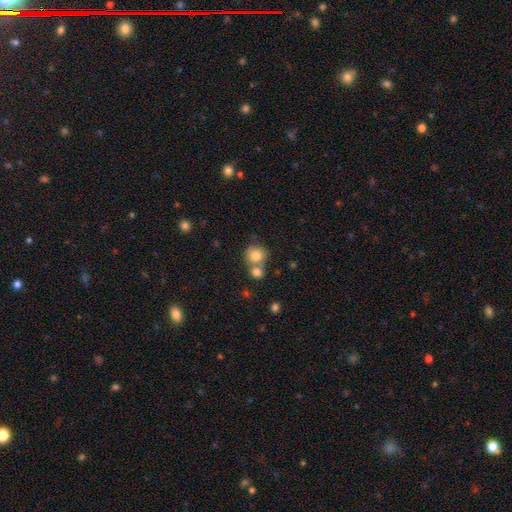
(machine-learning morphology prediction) Smooth or featured? smooth (79%)
How rounded? round (83%)
Merging? none (45%)